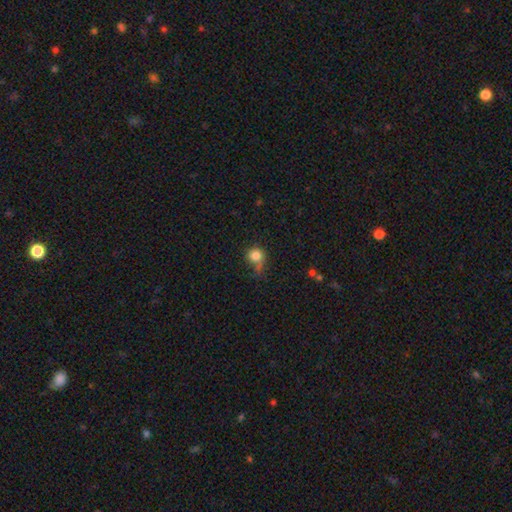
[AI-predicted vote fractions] This is clearly a smooth galaxy (81%). How rounded: clearly round (86%). Merging: possibly none (47%).